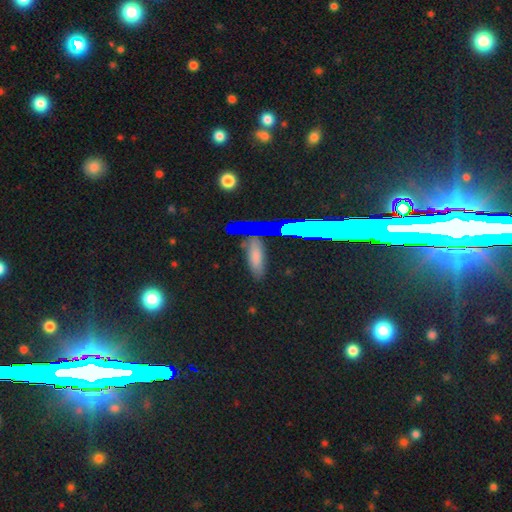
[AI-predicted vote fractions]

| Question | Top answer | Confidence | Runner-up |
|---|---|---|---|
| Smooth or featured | smooth | 55% | star or artifact (30%) |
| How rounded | in between | 59% | cigar-shaped (32%) |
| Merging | none | 82% | minor disturbance (11%) |